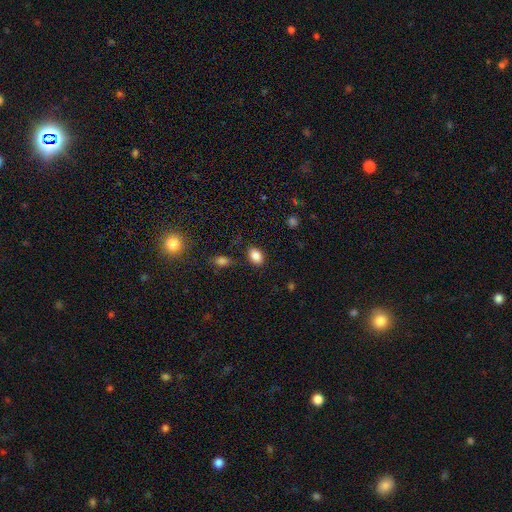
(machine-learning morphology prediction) Q: Smooth or featured?
A: smooth (86%); runner-up: star or artifact (9%)
Q: How rounded?
A: in between (82%); runner-up: round (16%)
Q: Merging?
A: none (82%); runner-up: minor disturbance (12%)